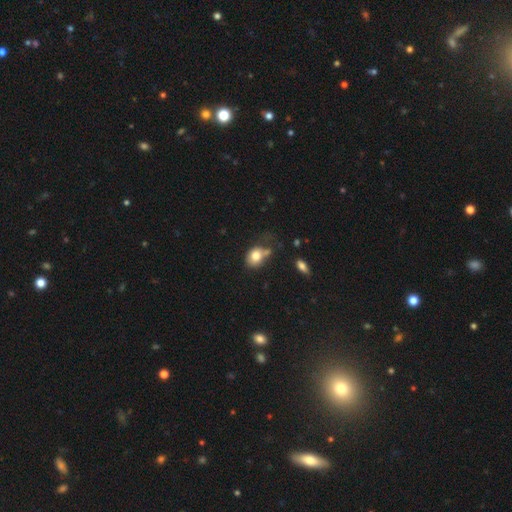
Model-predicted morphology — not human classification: This appears to be a smooth galaxy with no disk features (77%) that is in between round and cigar-shaped (55%). Merging: none (40%).